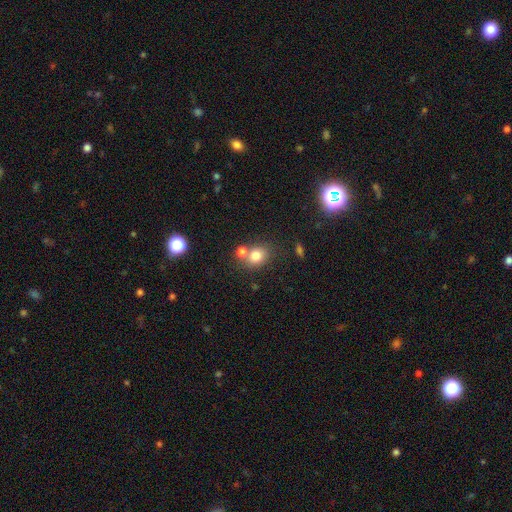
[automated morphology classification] smooth-or-featured: smooth: 78% | star or artifact: 12% | featured or disk: 10%
  how-rounded: round: 65% | in between: 34% | cigar-shaped: 1%
  merging: none: 55% | merger: 32% | minor disturbance: 10% | major disturbance: 4%